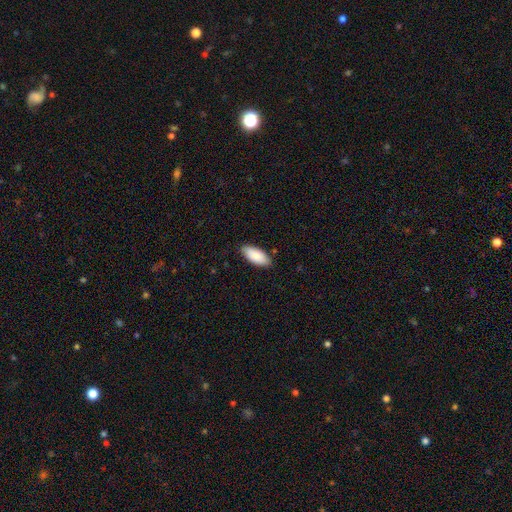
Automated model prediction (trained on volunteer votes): This appears to be a smooth galaxy with no disk features (88%) that is in between round and cigar-shaped (88%). Merging: none (85%).